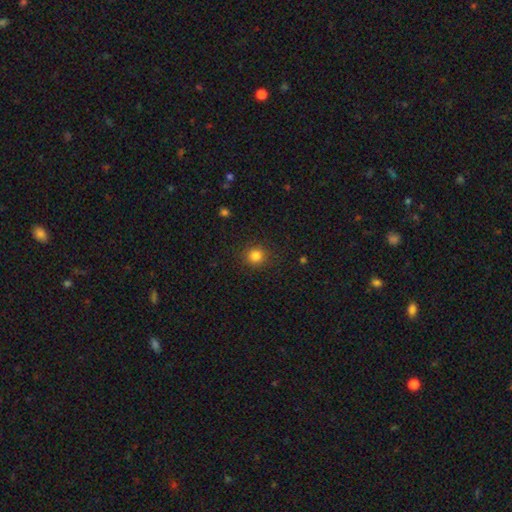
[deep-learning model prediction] Smooth or featured: smooth — 84% (star or artifact — 12%)
How rounded: round — 90% (in between — 9%)
Merging: none — 89% (minor disturbance — 7%)